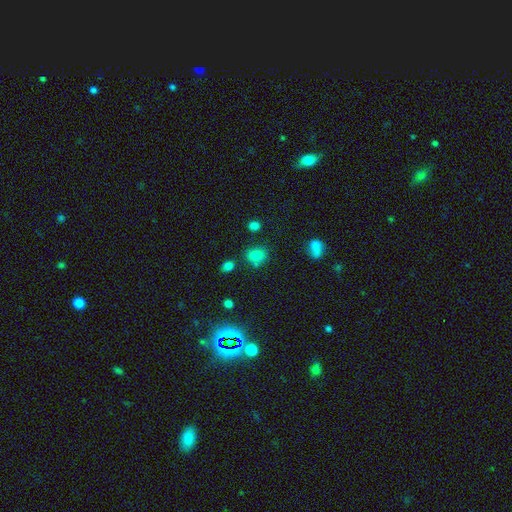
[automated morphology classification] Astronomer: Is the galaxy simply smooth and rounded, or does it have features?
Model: smooth — 79%.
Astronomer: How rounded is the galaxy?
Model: round — 56% (runner-up: in between, 43%).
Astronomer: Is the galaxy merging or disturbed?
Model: none — 71%.